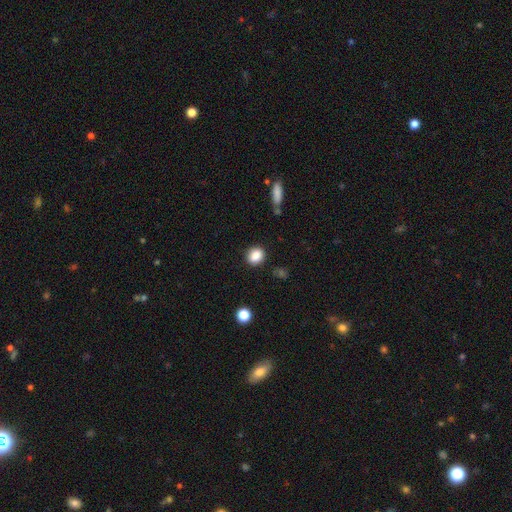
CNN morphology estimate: Smooth or featured?
  - smooth: 87% *
  - star or artifact: 9%
  - featured or disk: 4%
How rounded?
  - round: 65% *
  - in between: 34%
  - cigar-shaped: 1%
Merging?
  - none: 85% *
  - minor disturbance: 10%
  - major disturbance: 3%
  - merger: 2%